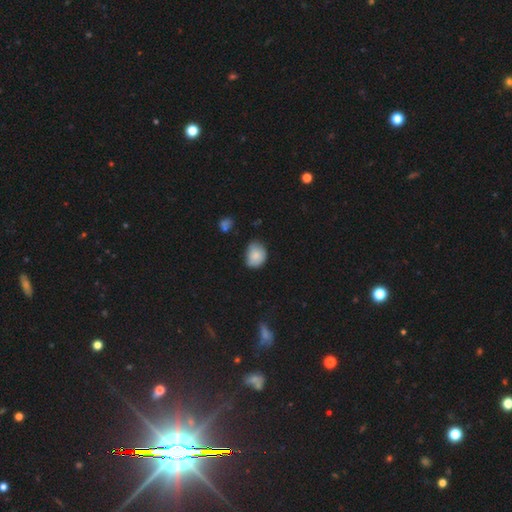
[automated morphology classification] Smooth or featured? smooth (81%)
How rounded? round (50%, tied with in between)
Merging? none (56%)